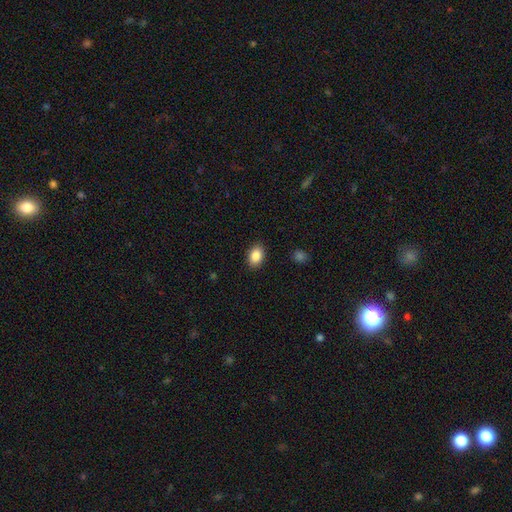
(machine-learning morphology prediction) Overall: smooth (87%). How rounded: in between (82%). Merging: none (89%).